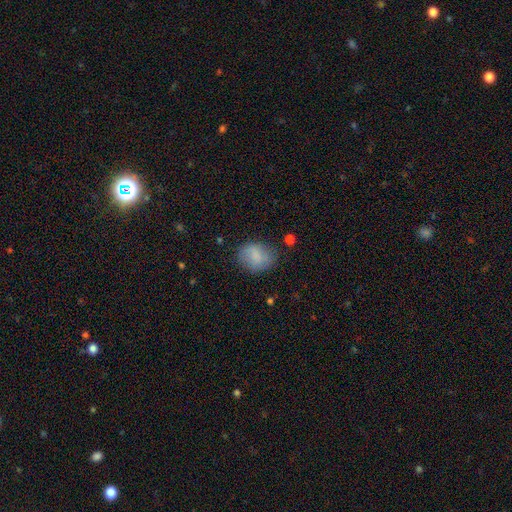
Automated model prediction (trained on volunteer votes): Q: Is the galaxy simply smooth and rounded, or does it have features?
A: smooth — 80%.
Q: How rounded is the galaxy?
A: in between — 59%.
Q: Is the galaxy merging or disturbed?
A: none — 70%.